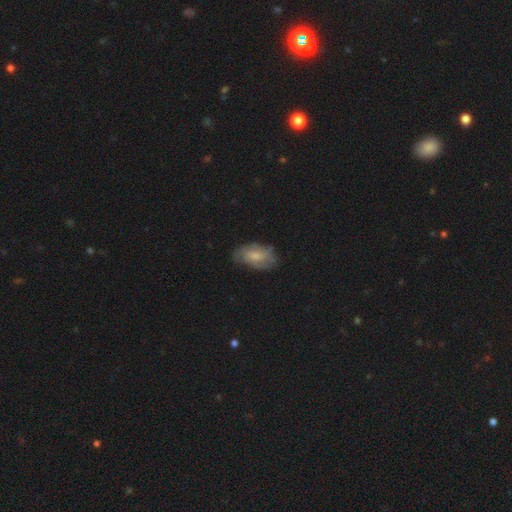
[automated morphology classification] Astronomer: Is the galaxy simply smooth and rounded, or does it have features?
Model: featured or disk — 48% (runner-up: smooth, 44%).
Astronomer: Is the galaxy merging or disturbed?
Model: none — 65%.